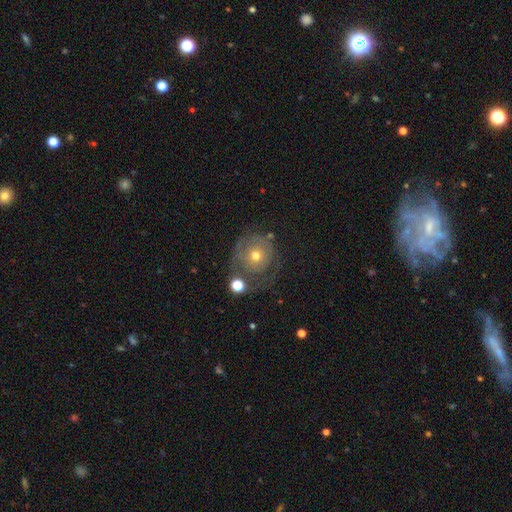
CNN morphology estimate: Smooth or featured: featured or disk — 47% (smooth — 44%)
Merging: none — 46% (minor disturbance — 23%)